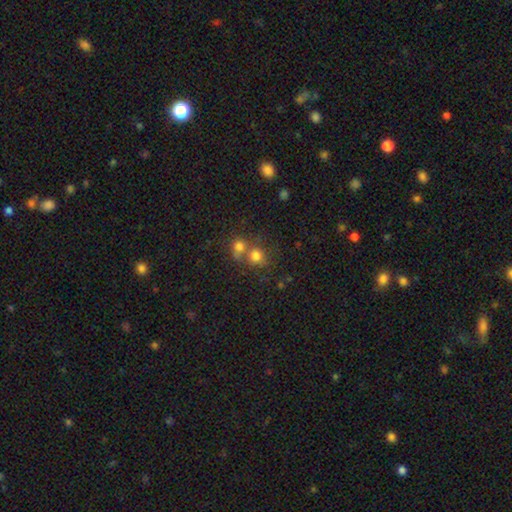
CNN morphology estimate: Smooth or featured? Predicted: smooth (p=0.75). How rounded? Predicted: round (p=0.82). Merging? Predicted: merger (p=0.47).